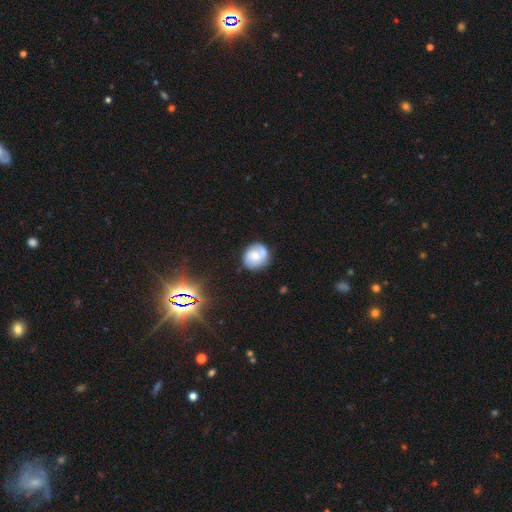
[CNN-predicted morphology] This is possibly a smooth galaxy (49%). Merging: likely none (67%).